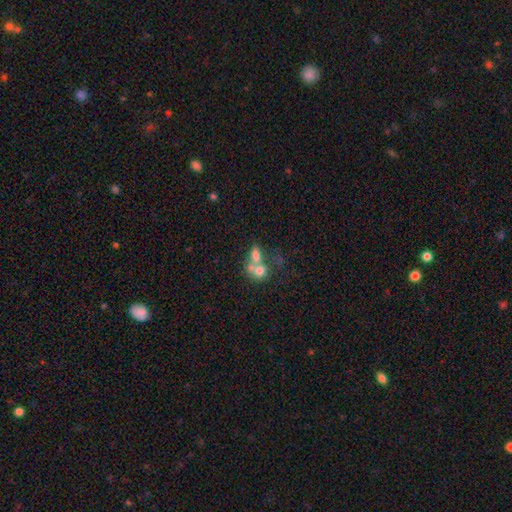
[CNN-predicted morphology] Smooth or featured?
  - smooth: 66% *
  - featured or disk: 22%
  - star or artifact: 12%
How rounded?
  - in between: 60% *
  - round: 37%
  - cigar-shaped: 3%
Merging?
  - merger: 61% *
  - none: 24%
  - minor disturbance: 7%
  - major disturbance: 7%